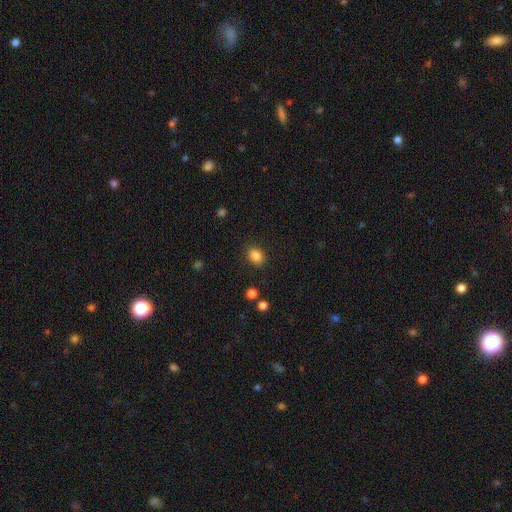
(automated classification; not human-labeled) A smooth galaxy with no disk features (86%) that is in between round and cigar-shaped (66%).

Vote fractions:
- Smooth or featured? smooth: 86% / star or artifact: 10% / featured or disk: 4%
- How rounded? in between: 66% / round: 33% / cigar-shaped: 1%
- Merging? none: 86% / minor disturbance: 9% / major disturbance: 3% / merger: 2%